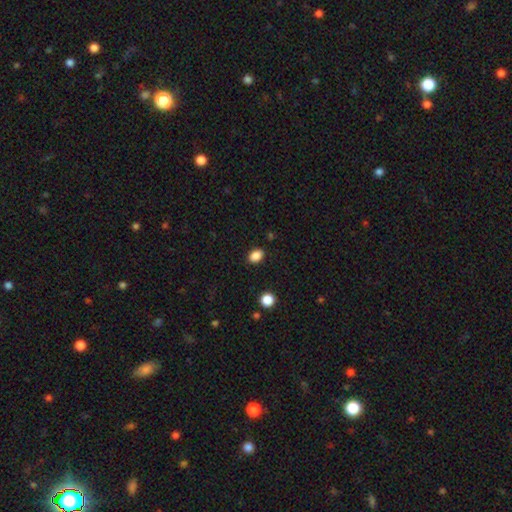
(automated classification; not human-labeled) smooth 87%, star or artifact 10%, featured or disk 3%. Down the decision tree: how rounded — in between (79%); merging — none (88%).